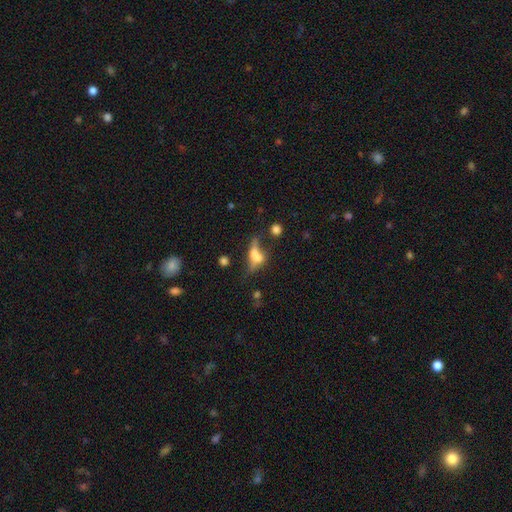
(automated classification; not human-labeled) Smooth or featured: smooth — 48% (featured or disk — 38%)
Merging: merger — 33% (none — 32%)